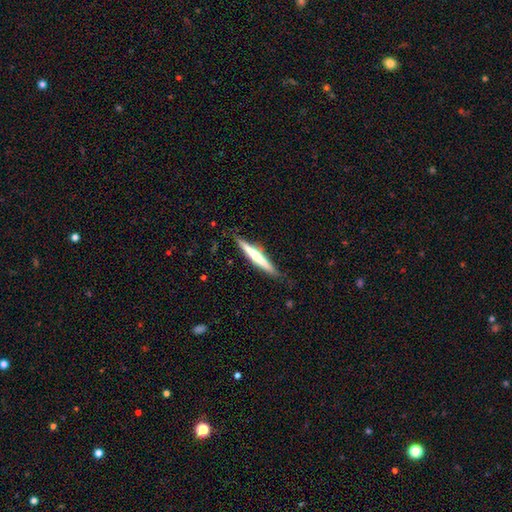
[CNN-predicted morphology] Smooth or featured? featured or disk (49%)
Merging? none (85%)